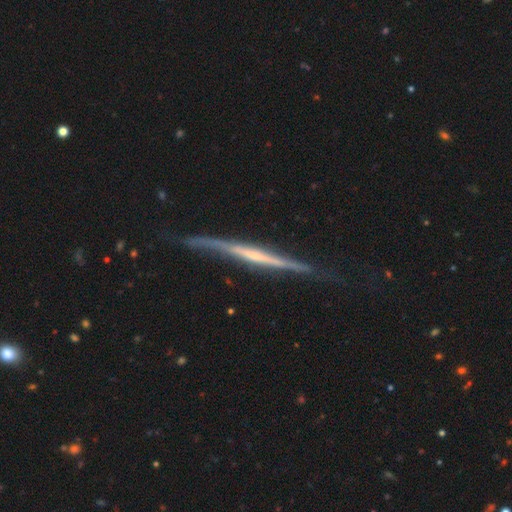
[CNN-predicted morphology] smooth-or-featured: featured or disk: 78% | smooth: 16% | star or artifact: 5%
  disk-edge-on: yes: 96% | no: 4%
    edge-on-bulge: none: 62% | rounded: 26% | boxy: 12%
  merging: none: 71% | minor disturbance: 22% | major disturbance: 5% | merger: 2%